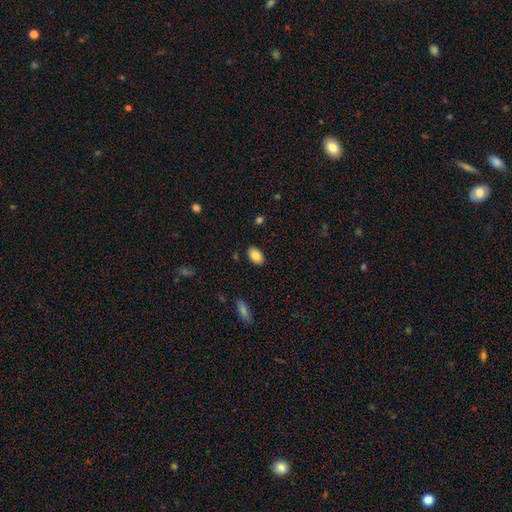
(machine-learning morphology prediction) type=smooth (87%); roundness=in between (92%); merging=none (87%).